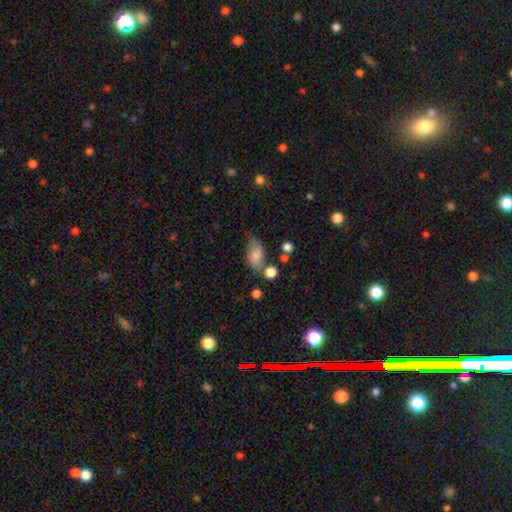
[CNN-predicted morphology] type=smooth (74%); roundness=in between (89%); merging=none (48%).